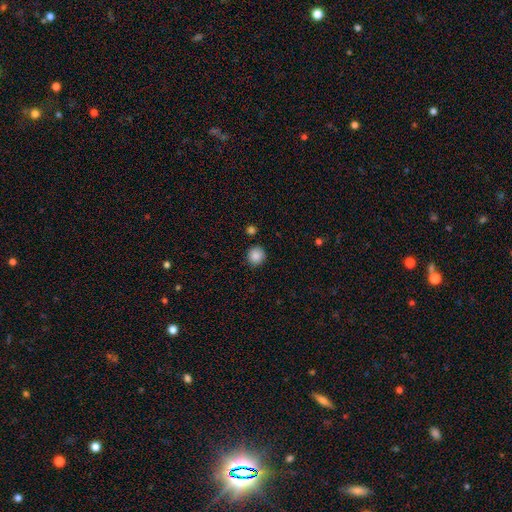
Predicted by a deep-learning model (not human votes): The model was most divided on "smooth or featured": smooth: 88%, star or artifact: 9%, featured or disk: 3%. More confident: how rounded — round (91%); merging — none (88%).